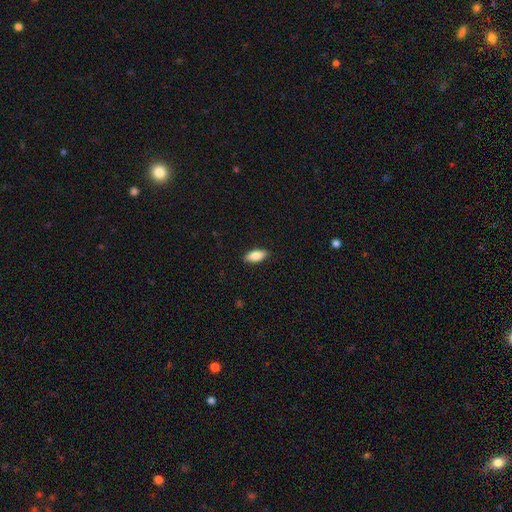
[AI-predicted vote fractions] Smooth or featured: smooth — 83% (featured or disk — 11%)
How rounded: in between — 81% (cigar-shaped — 17%)
Merging: none — 89% (minor disturbance — 8%)